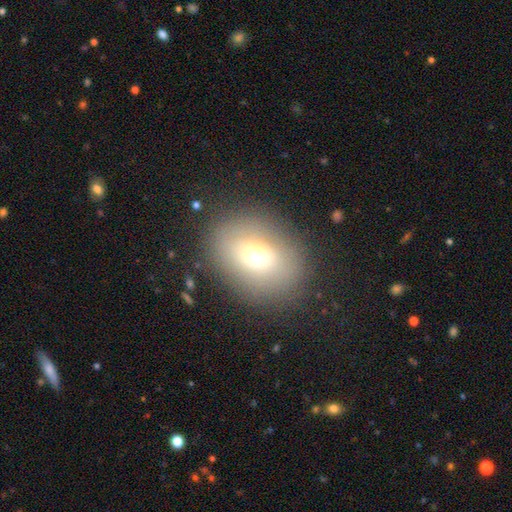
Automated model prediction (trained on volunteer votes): Smooth or featured? smooth (67%)
How rounded? in between (51%)
Merging? none (82%)